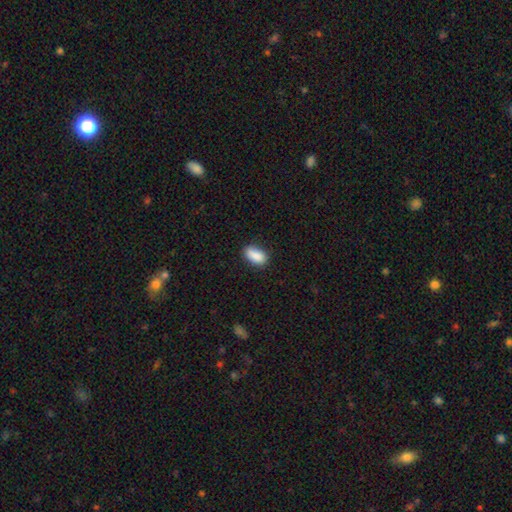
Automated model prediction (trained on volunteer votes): A smooth galaxy with no disk features (87%) that is in between round and cigar-shaped (90%). Merging: none (73%).